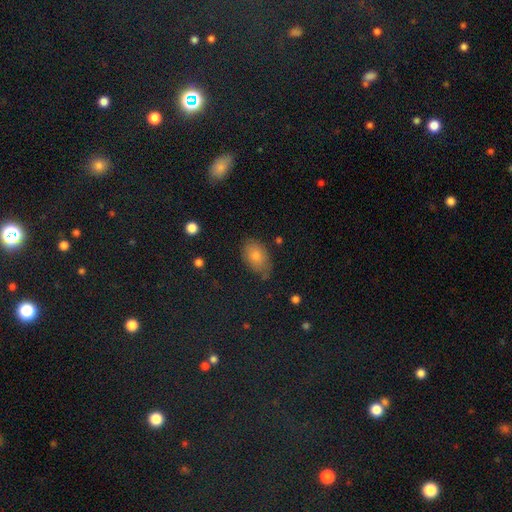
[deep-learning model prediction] Overall: smooth (72%). How rounded: in between (86%). Merging: none (66%).